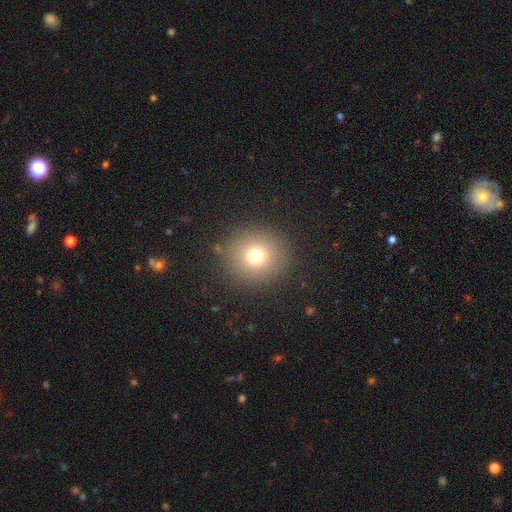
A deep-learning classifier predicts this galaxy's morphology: This appears to be a smooth galaxy with no disk features (74%) that is round (90%). Merging: none (88%).